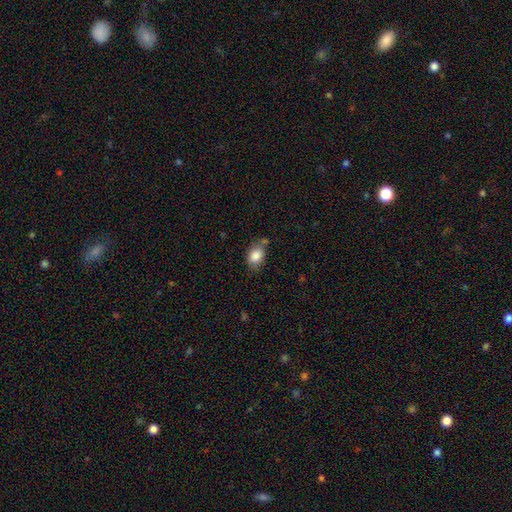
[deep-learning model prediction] smooth 85%, star or artifact 8%, featured or disk 7%. Down the decision tree: how rounded — in between (77%); merging — none (58%).